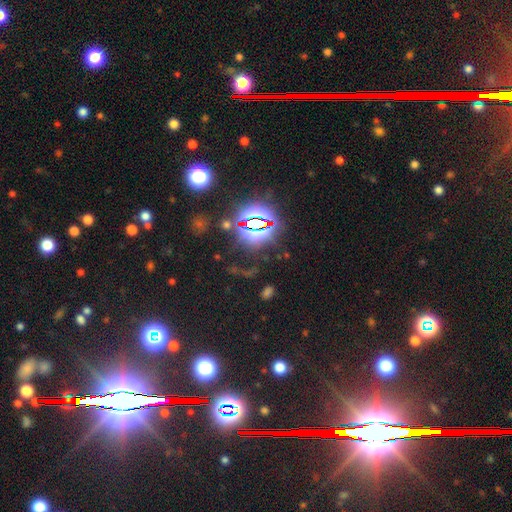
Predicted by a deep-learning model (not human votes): Morphology: type=star or artifact (80%).